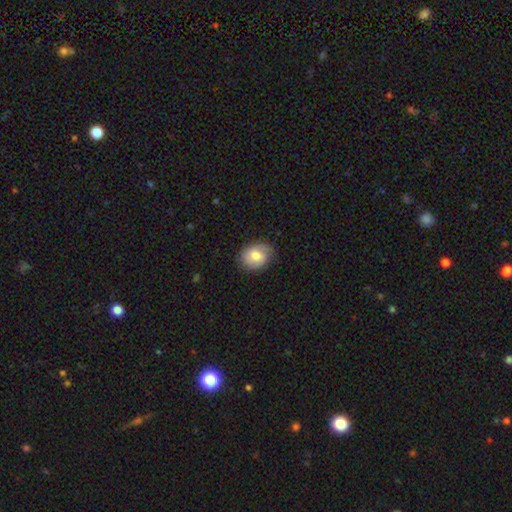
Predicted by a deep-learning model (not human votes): Smooth or featured: smooth — 71% (featured or disk — 21%)
How rounded: in between — 50% (round — 49%)
Merging: none — 78% (minor disturbance — 17%)